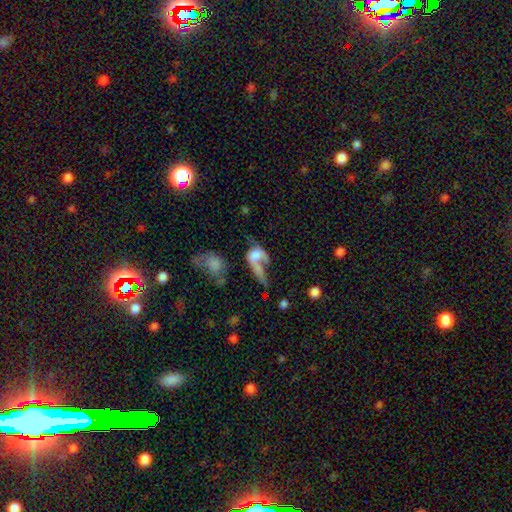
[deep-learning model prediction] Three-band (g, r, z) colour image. It shows a smooth galaxy with no disk features (45%). Merging: merger (52%).